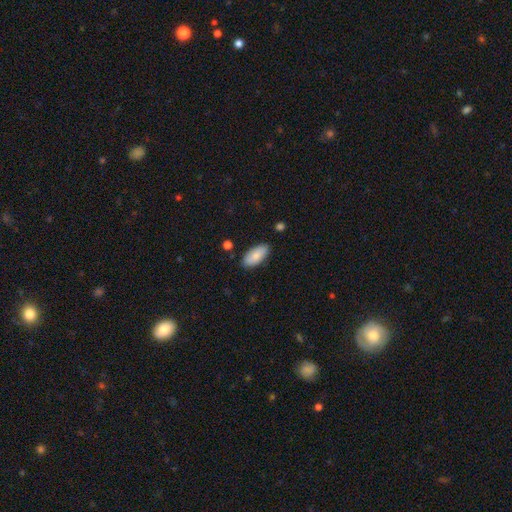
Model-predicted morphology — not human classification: smooth 82%, featured or disk 12%, star or artifact 6%. Down the decision tree: how rounded — in between (91%); merging — none (85%).